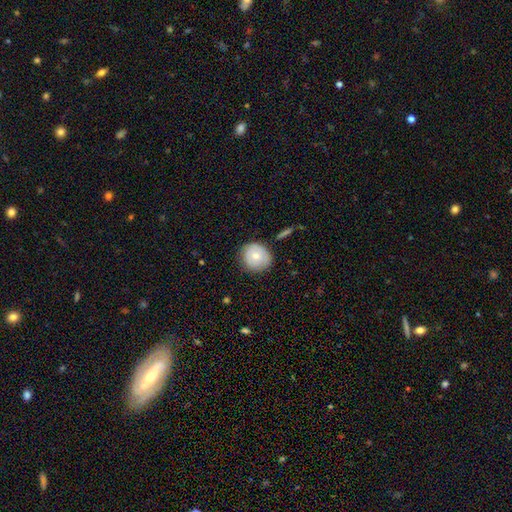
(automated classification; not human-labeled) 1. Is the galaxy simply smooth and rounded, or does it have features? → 69% smooth, 24% featured or disk, 7% star or artifact.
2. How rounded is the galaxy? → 90% round, 9% in between, 1% cigar-shaped.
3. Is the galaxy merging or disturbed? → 79% none, 16% minor disturbance, 3% major disturbance, 2% merger.